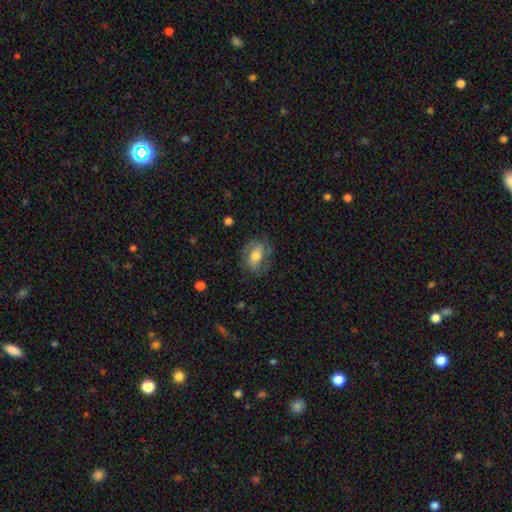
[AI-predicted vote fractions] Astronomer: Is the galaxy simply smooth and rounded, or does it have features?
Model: featured or disk — 65%.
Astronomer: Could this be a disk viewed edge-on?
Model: no — 96%.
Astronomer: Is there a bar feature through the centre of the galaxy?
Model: no — 39%, tied with weak at 39%.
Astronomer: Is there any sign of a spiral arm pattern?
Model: yes — 87%.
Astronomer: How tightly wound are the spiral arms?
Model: medium — 47% (runner-up: tight, 35%).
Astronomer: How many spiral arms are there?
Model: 2 — 76%.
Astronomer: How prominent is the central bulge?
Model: moderate — 56%.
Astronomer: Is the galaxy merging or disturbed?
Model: none — 67%.